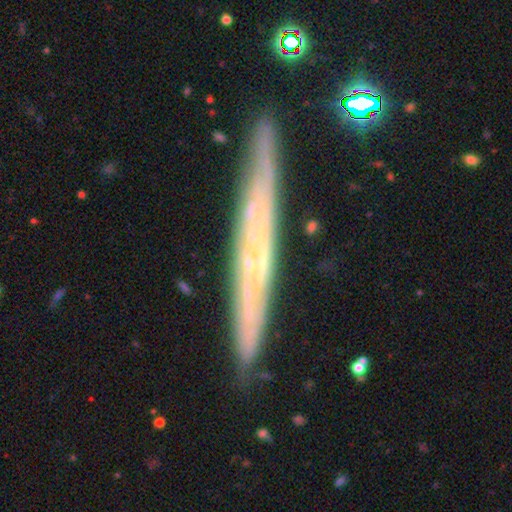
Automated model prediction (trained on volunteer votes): Smooth or featured? featured or disk (71%)
Edge-on disk? yes (87%)
Edge-on bulge? none (74%)
Merging? none (86%)